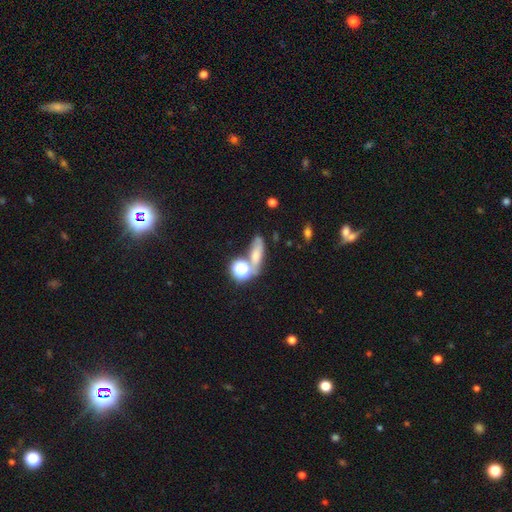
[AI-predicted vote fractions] smooth-or-featured: smooth: 61% | star or artifact: 21% | featured or disk: 18%
  how-rounded: in between: 49% | cigar-shaped: 27% | round: 24%
  merging: none: 49% | merger: 25% | minor disturbance: 16% | major disturbance: 10%